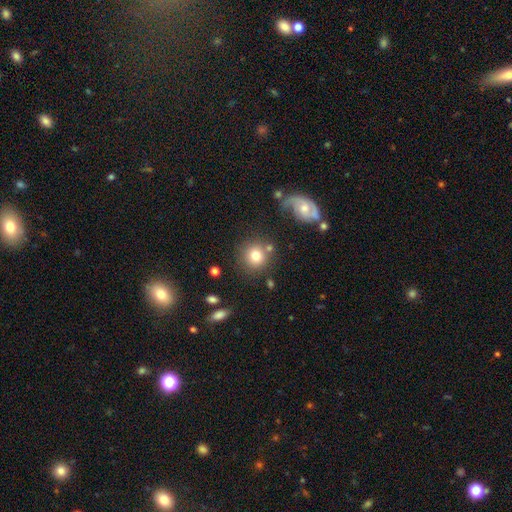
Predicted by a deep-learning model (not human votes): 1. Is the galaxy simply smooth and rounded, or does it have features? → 77% smooth, 12% featured or disk, 10% star or artifact.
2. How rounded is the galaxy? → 90% round, 9% in between, 1% cigar-shaped.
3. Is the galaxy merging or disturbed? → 74% none, 11% minor disturbance, 11% merger, 5% major disturbance.